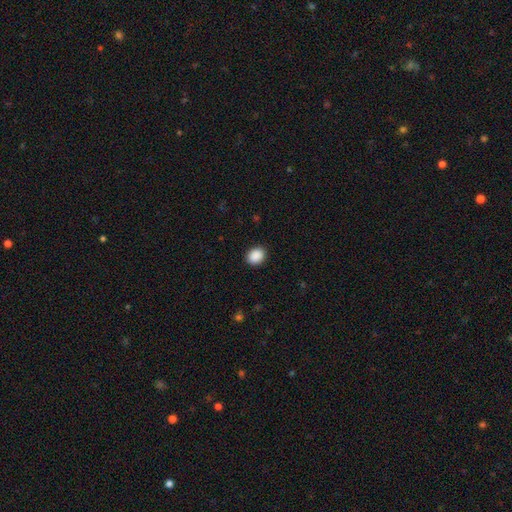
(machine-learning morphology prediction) This appears to be a smooth galaxy with no disk features (90%) that is round (56%). Merging: none (90%).